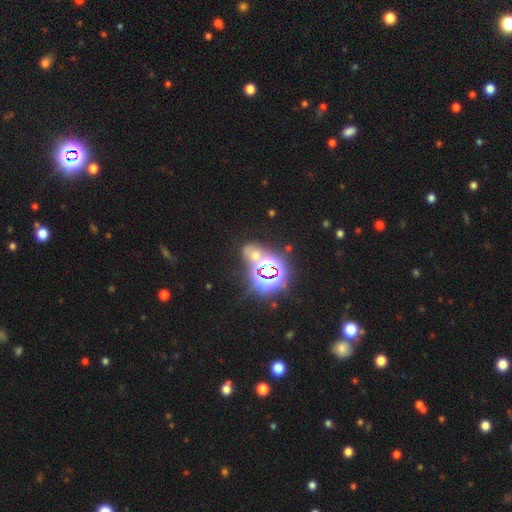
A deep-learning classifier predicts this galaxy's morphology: Smooth or featured?
  - star or artifact: 62% *
  - smooth: 26%
  - featured or disk: 12%